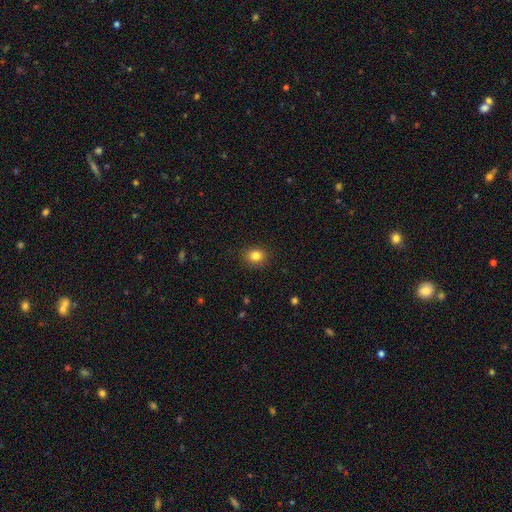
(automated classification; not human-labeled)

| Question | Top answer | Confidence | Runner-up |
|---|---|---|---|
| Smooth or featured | smooth | 83% | star or artifact (11%) |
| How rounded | round | 66% | in between (33%) |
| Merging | none | 88% | minor disturbance (8%) |